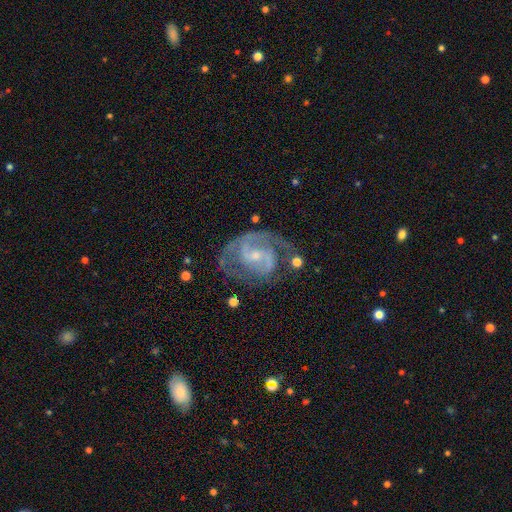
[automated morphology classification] Q: Smooth or featured?
A: featured or disk (87%); runner-up: smooth (7%)
Q: Edge-on disk?
A: no (98%); runner-up: yes (2%)
Q: Bar?
A: weak (50%); runner-up: no (36%)
Q: Spiral arms?
A: yes (95%); runner-up: no (5%)
Q: Spiral winding?
A: medium (51%); runner-up: tight (34%)
Q: Spiral arm count?
A: 2 (72%); runner-up: can't tell (10%)
Q: Bulge size?
A: small (63%); runner-up: moderate (30%)
Q: Merging?
A: none (58%); runner-up: minor disturbance (22%)